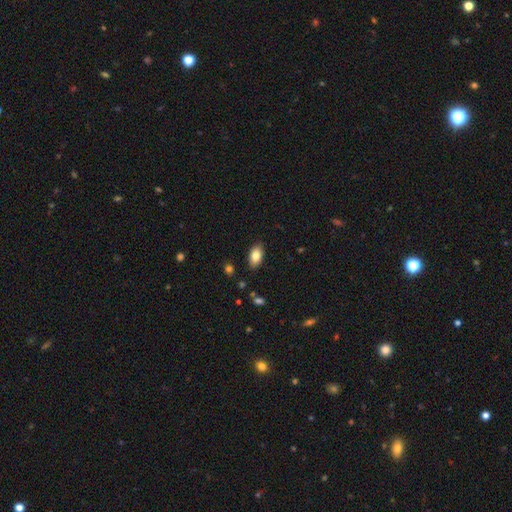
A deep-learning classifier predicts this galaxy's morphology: This is clearly a smooth galaxy (82%). How rounded: clearly in between (92%). Merging: clearly none (87%).